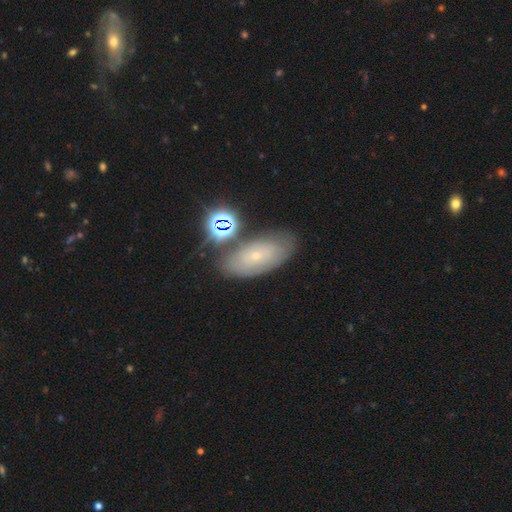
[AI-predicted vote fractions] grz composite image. It shows a smooth galaxy with no disk features (44%). Merging: none (69%).